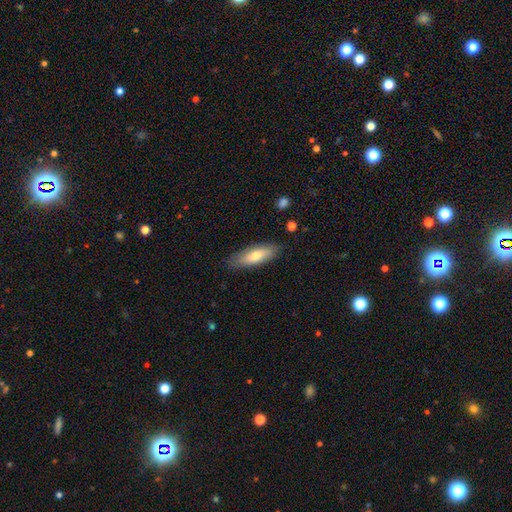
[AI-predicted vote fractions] Smooth or featured: smooth — 70% (featured or disk — 24%)
How rounded: in between — 55% (cigar-shaped — 43%)
Merging: none — 85% (minor disturbance — 12%)